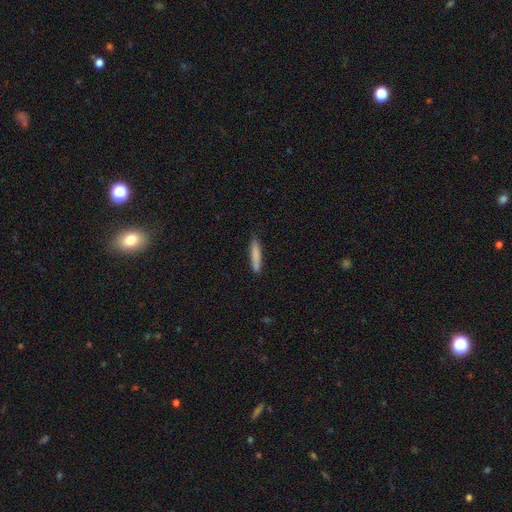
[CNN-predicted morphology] Smooth or featured? smooth (82%)
How rounded? cigar-shaped (91%)
Merging? none (83%)